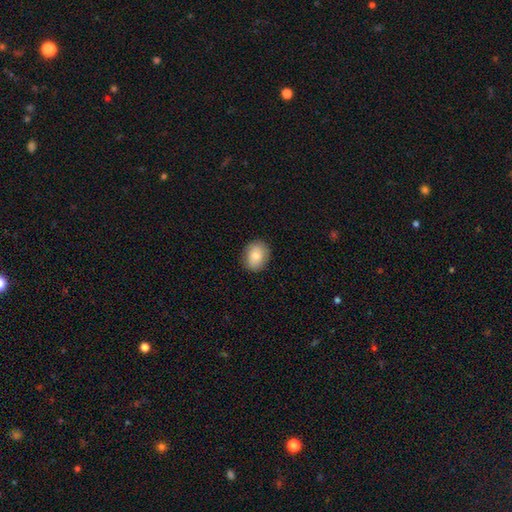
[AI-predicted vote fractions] Smooth or featured? Predicted: smooth (p=0.82). How rounded? Predicted: in between (p=0.50). Merging? Predicted: none (p=0.87).